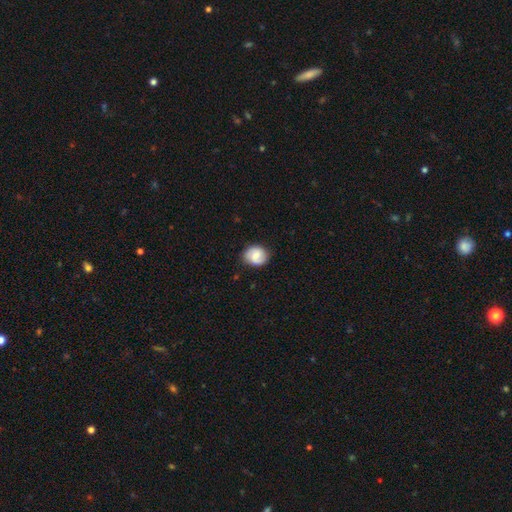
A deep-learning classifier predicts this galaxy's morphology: smooth-or-featured: smooth: 69% | featured or disk: 23% | star or artifact: 8%
  how-rounded: round: 69% | in between: 30% | cigar-shaped: 1%
  merging: none: 81% | minor disturbance: 15% | major disturbance: 3% | merger: 1%